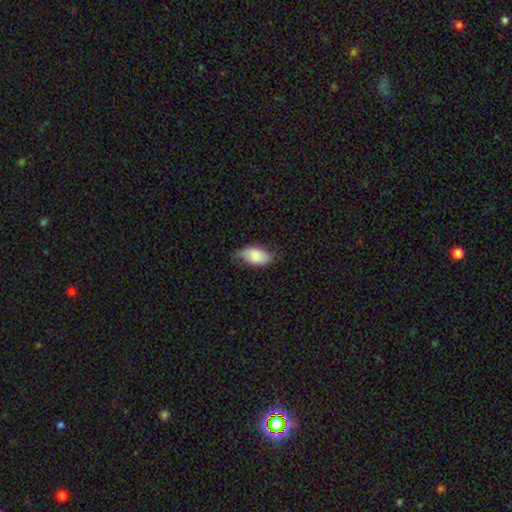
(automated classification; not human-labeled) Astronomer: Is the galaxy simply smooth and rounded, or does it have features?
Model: smooth — 83%.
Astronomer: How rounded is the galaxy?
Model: in between — 94%.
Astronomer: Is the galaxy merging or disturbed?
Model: none — 65%.